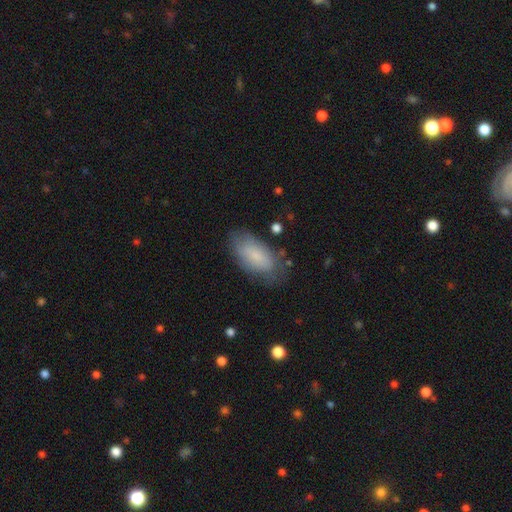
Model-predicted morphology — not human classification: A smooth galaxy with no disk features (75%) that is in between round and cigar-shaped (91%). Merging: none (69%).